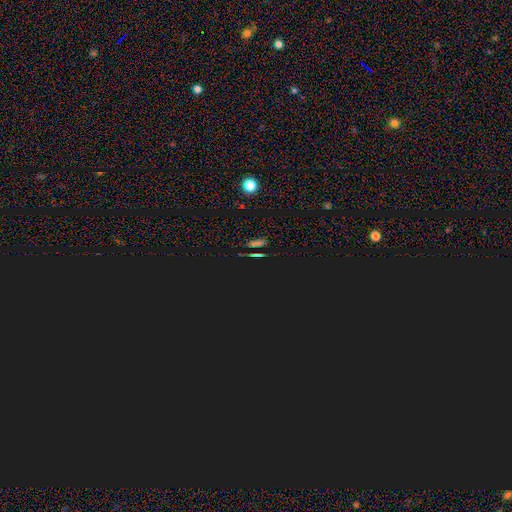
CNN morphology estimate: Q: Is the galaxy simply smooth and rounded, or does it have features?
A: star or artifact — 70%.